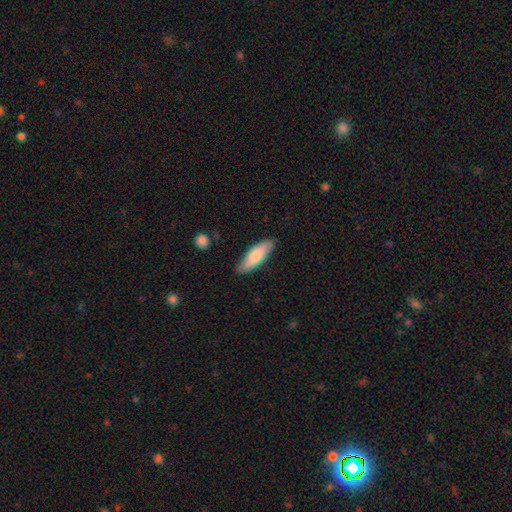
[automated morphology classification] A smooth galaxy with no disk features (78%) that is in between round and cigar-shaped (54%). Merging: none (84%).